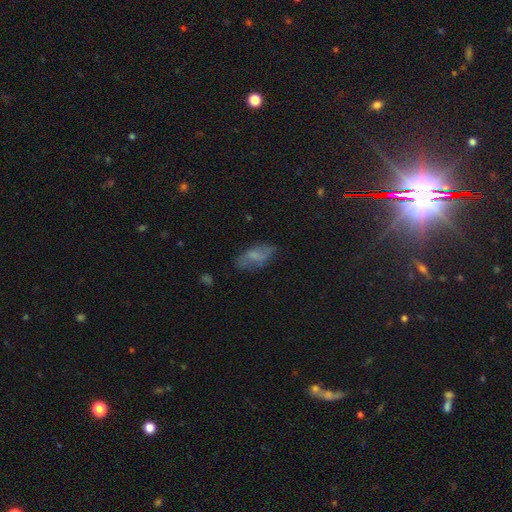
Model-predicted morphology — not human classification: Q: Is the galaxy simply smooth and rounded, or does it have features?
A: smooth — 59%.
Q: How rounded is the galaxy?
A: in between — 86%.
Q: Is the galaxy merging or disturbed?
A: none — 63%.